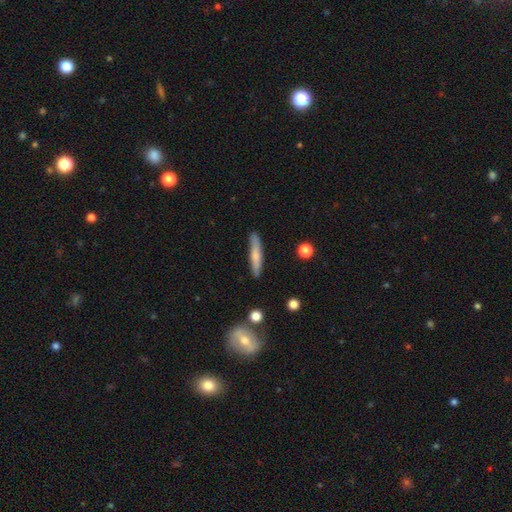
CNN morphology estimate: This is likely a smooth galaxy (68%). How rounded: clearly cigar-shaped (90%). Merging: clearly none (85%).